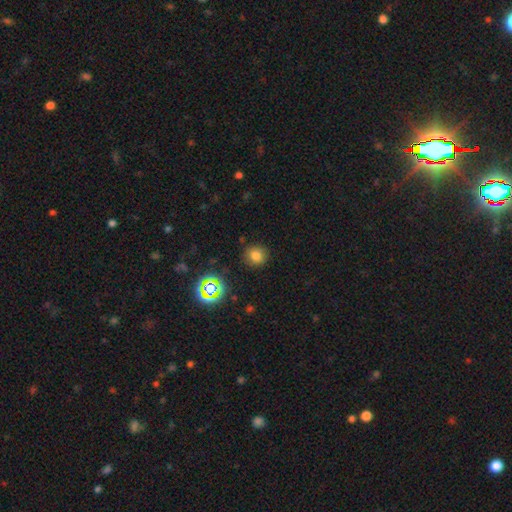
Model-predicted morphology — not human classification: smooth 75%, star or artifact 19%, featured or disk 7%. Down the decision tree: how rounded — round (87%); merging — none (86%).